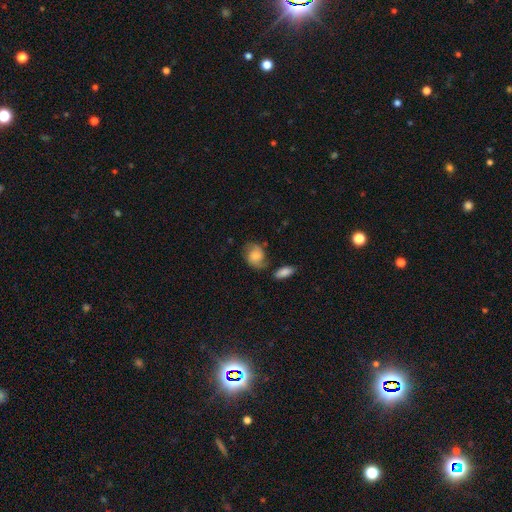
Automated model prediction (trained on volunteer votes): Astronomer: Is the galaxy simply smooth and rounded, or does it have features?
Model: smooth — 52% (runner-up: featured or disk, 39%).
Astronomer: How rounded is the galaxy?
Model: in between — 59% (runner-up: round, 39%).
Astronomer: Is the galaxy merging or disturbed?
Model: none — 58%.